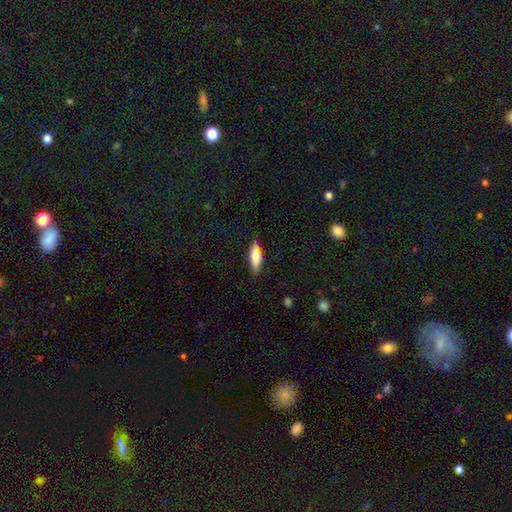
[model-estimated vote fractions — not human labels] Smooth or featured: smooth — 69% (featured or disk — 25%)
How rounded: cigar-shaped — 49% (in between — 48%)
Merging: none — 82% (minor disturbance — 14%)